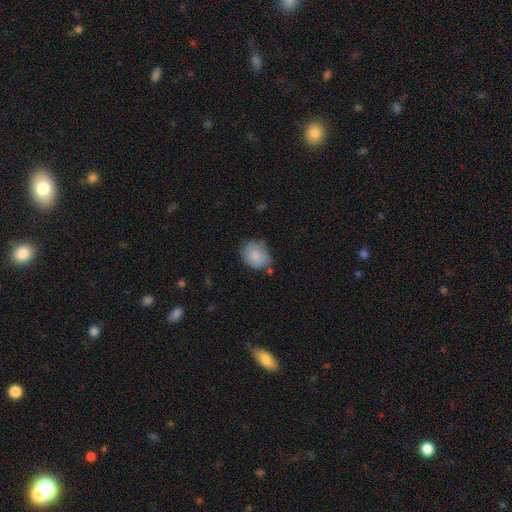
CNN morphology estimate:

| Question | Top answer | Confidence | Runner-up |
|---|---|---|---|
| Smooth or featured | smooth | 84% | featured or disk (9%) |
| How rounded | in between | 52% | round (47%) |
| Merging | none | 63% | minor disturbance (27%) |